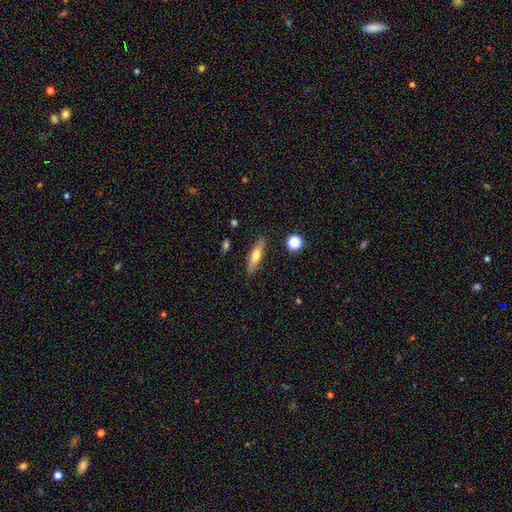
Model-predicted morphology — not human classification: smooth-or-featured: smooth: 60% | featured or disk: 33% | star or artifact: 7%
  how-rounded: cigar-shaped: 66% | in between: 31% | round: 3%
  merging: none: 87% | minor disturbance: 9% | major disturbance: 2% | merger: 2%